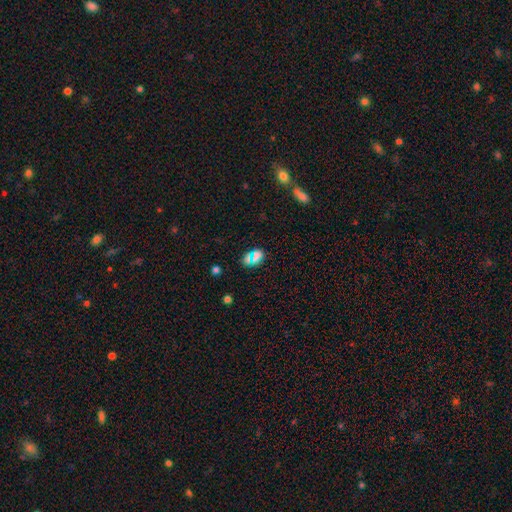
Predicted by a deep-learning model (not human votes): Overall: smooth (60%; star or artifact 33%). How rounded: in between (58%; round 38%). Merging: none (79%).